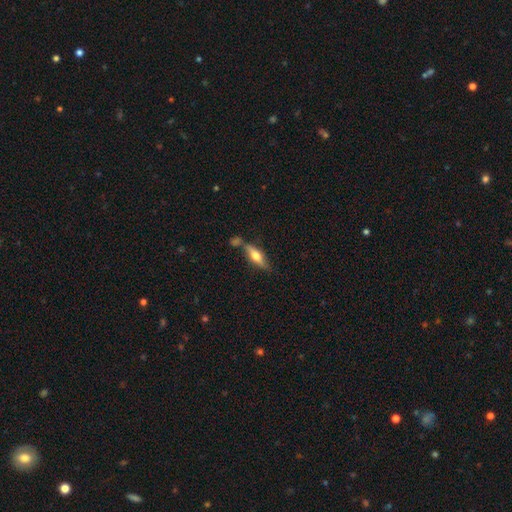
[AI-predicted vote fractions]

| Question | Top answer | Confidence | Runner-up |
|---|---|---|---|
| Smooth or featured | smooth | 48% | featured or disk (45%) |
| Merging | none | 57% | merger (20%) |